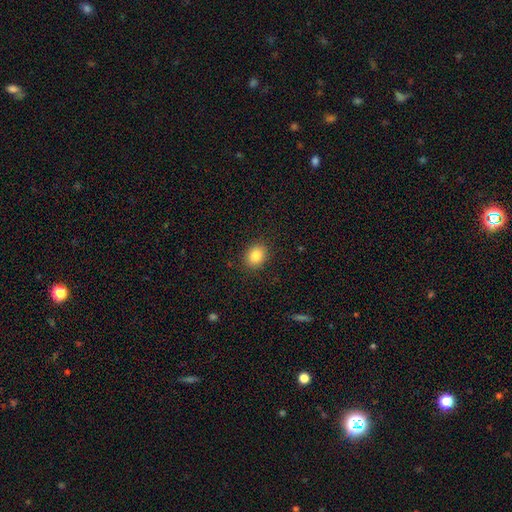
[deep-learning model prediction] Q: Smooth or featured?
A: smooth (84%); runner-up: star or artifact (10%)
Q: How rounded?
A: round (53%); runner-up: in between (46%)
Q: Merging?
A: none (89%); runner-up: minor disturbance (8%)